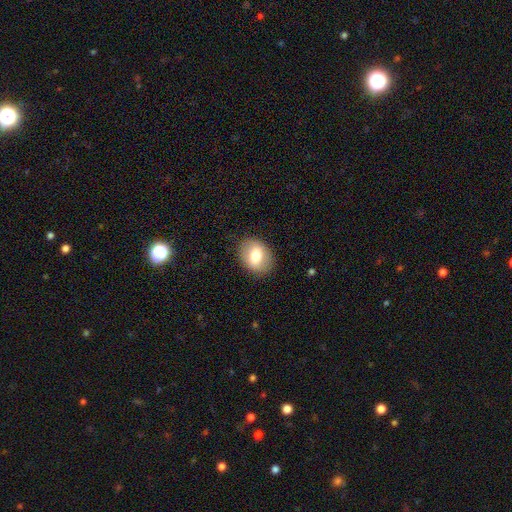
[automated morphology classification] This appears to be a smooth galaxy with no disk features (71%) that is in between round and cigar-shaped (63%). Merging: none (86%).